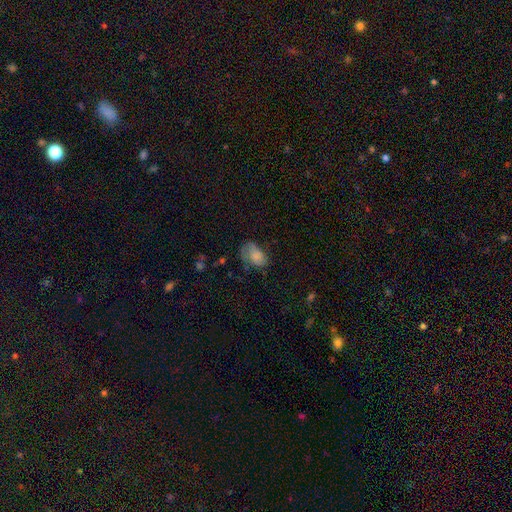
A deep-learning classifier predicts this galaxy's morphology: Smooth or featured? Predicted: smooth (p=0.71). How rounded? Predicted: in between (p=0.84). Merging? Predicted: none (p=0.42).